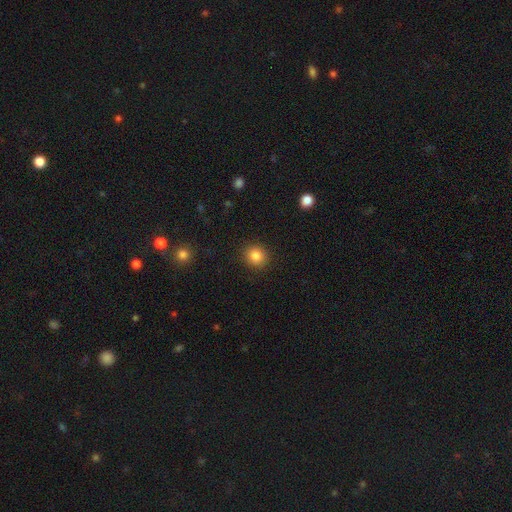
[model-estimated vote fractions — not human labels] The model was most divided on "smooth or featured": smooth: 84%, star or artifact: 10%, featured or disk: 5%. More confident: merging — none (91%); how rounded — round (87%).